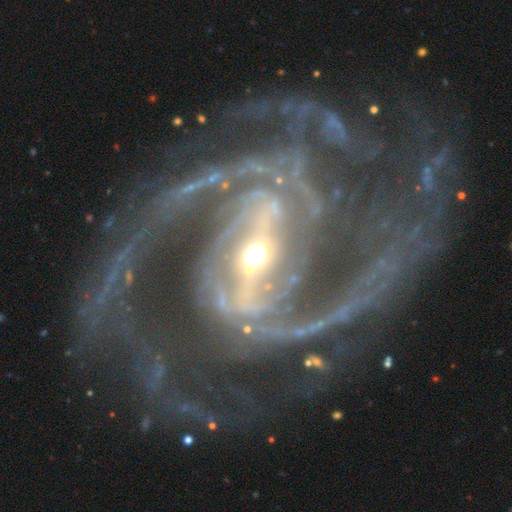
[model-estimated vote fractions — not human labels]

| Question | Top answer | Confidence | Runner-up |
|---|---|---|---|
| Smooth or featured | featured or disk | 89% | star or artifact (7%) |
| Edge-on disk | no | 97% | yes (3%) |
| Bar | strong | 54% | weak (27%) |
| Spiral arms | yes | 96% | no (4%) |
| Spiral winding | medium | 44% | tight (32%) |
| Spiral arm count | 2 | 50% | 3 (13%) |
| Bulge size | small | 50% | moderate (42%) |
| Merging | none | 54% | major disturbance (23%) |